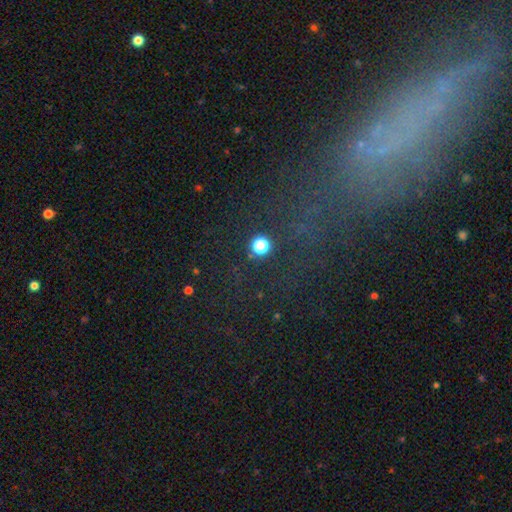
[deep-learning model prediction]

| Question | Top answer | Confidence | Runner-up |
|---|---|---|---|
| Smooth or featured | star or artifact | 41% | smooth (33%) |